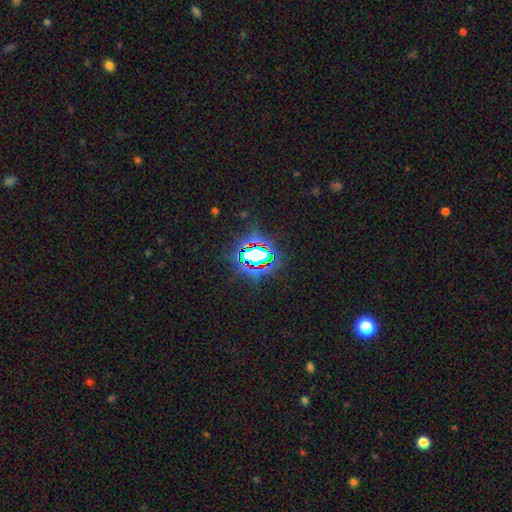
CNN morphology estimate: A star or artifact, not a galaxy (69%).

Vote fractions:
- Smooth or featured? star or artifact: 69% / smooth: 17% / featured or disk: 14%